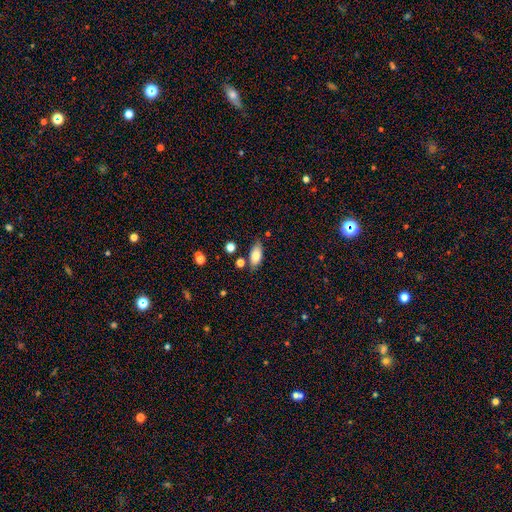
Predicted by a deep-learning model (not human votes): This is likely a smooth galaxy (79%). How rounded: clearly in between (87%). Merging: likely none (73%).